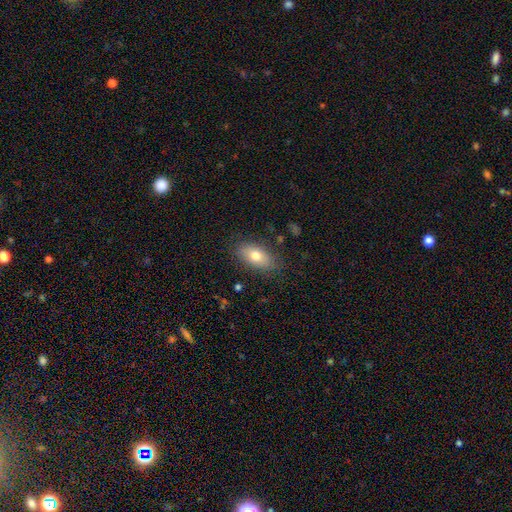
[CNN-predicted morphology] This is likely a smooth galaxy (75%). How rounded: clearly in between (89%). Merging: clearly none (83%).